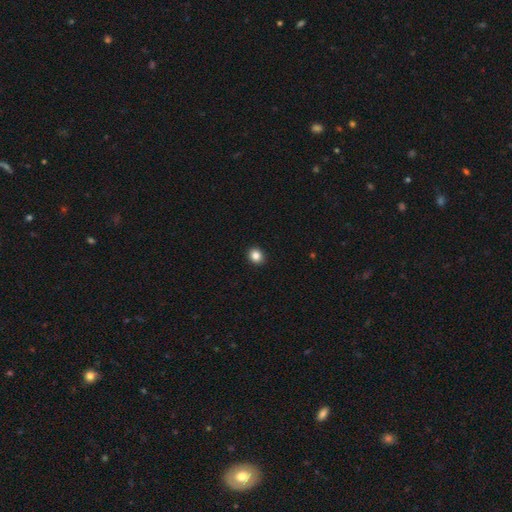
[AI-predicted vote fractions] smooth-or-featured: smooth: 85% | star or artifact: 10% | featured or disk: 5%
  how-rounded: round: 75% | in between: 24% | cigar-shaped: 1%
  merging: none: 93% | minor disturbance: 5% | major disturbance: 1% | merger: 1%